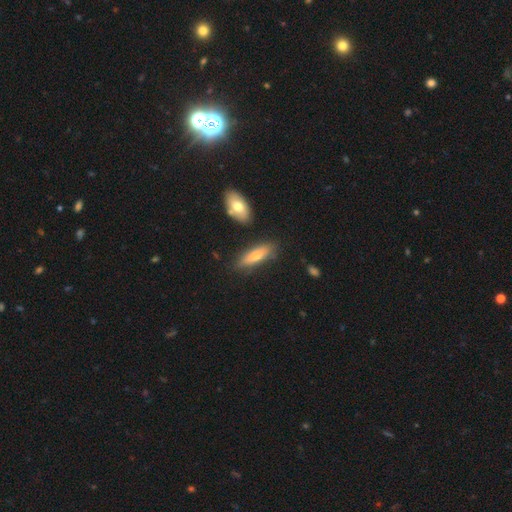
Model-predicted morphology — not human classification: A smooth galaxy with no disk features (60%) that is cigar-shaped (49%, tied with in between).

Vote fractions:
- Smooth or featured? smooth: 60% / featured or disk: 33% / star or artifact: 7%
- How rounded? cigar-shaped: 49% (tied) / in between: 49% (tied) / round: 3%
- Merging? none: 76% / minor disturbance: 14% / merger: 6% / major disturbance: 3%